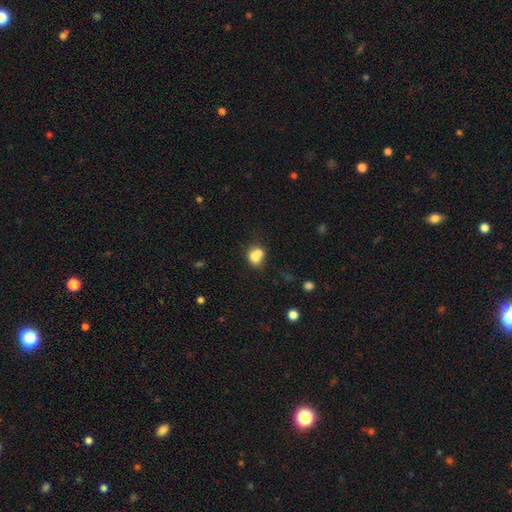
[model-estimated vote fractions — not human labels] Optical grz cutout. It shows a smooth galaxy with no disk features (73%) that is round (61%). Merging: merger (51%).